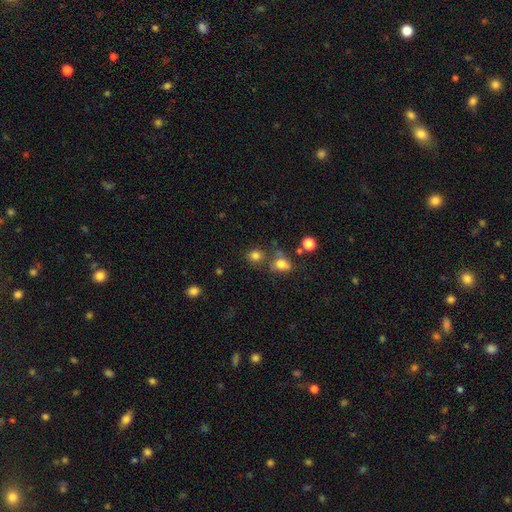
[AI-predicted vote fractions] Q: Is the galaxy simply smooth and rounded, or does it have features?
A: smooth — 79%.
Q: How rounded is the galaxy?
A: round — 68%.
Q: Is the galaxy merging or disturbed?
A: none — 65%.